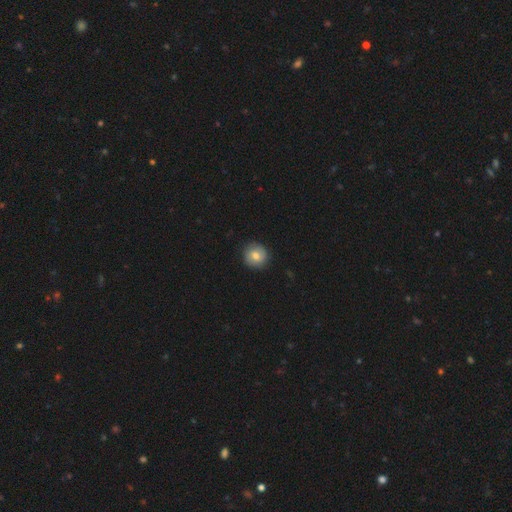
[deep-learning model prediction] Morphology: type=smooth (72%); roundness=round (92%); merging=none (89%).